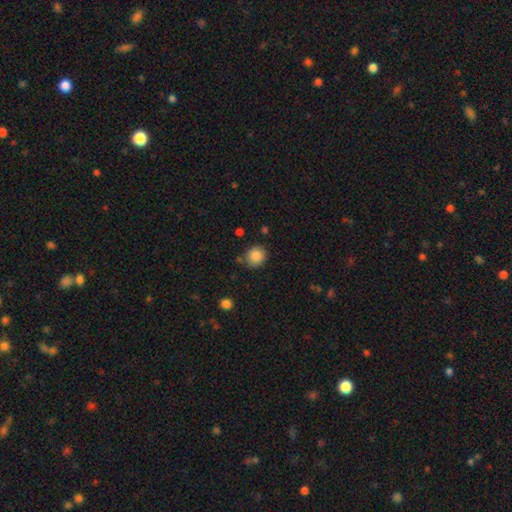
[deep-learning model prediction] The model was most divided on "how rounded": round: 81%, in between: 18%, cigar-shaped: 1%. More confident: smooth or featured — smooth (86%); merging — none (81%).